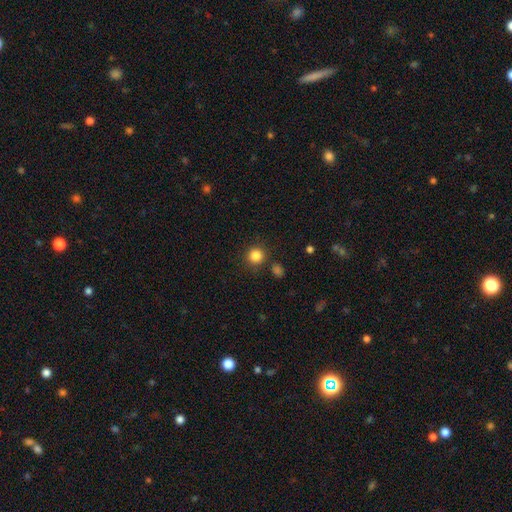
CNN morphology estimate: Smooth or featured? Predicted: smooth (p=0.85). How rounded? Predicted: round (p=0.93). Merging? Predicted: none (p=0.85).